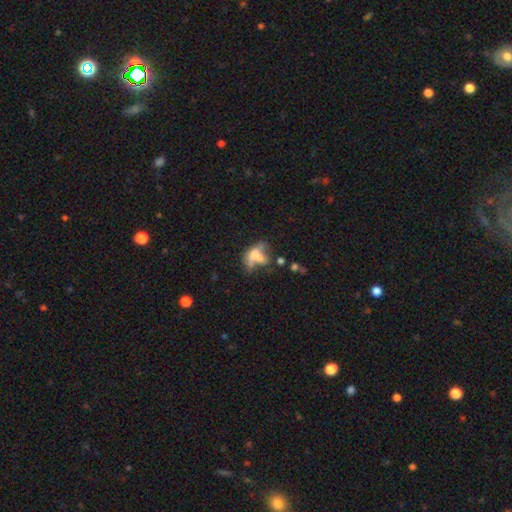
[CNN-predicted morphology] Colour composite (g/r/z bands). It shows a smooth galaxy with no disk features (47%). Merging: merger (47%).